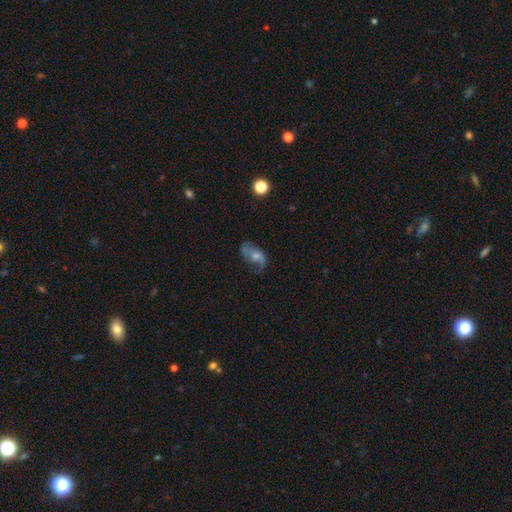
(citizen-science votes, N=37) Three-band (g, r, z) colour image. It shows a featured or disk galaxy (78%) with no bar (69%), 2 (93%) loose (56%) spiral arms (93%) and a moderate central bulge (52%). Merging: none (62%).